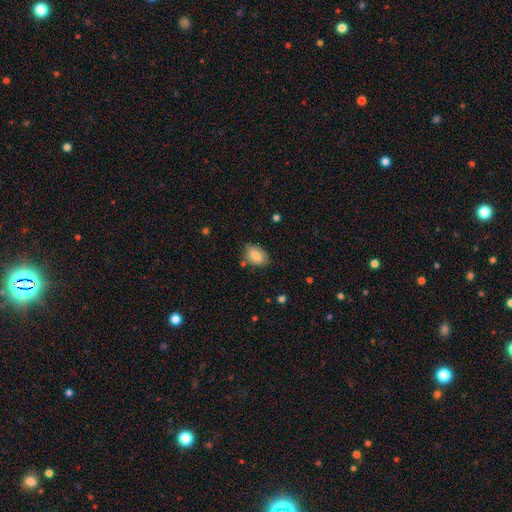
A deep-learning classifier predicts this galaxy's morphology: A smooth galaxy with no disk features (79%) that is in between round and cigar-shaped (85%).

Vote fractions:
- Smooth or featured? smooth: 79% / featured or disk: 13% / star or artifact: 8%
- How rounded? in between: 85% / round: 14% / cigar-shaped: 1%
- Merging? none: 77% / minor disturbance: 17% / major disturbance: 3% / merger: 3%